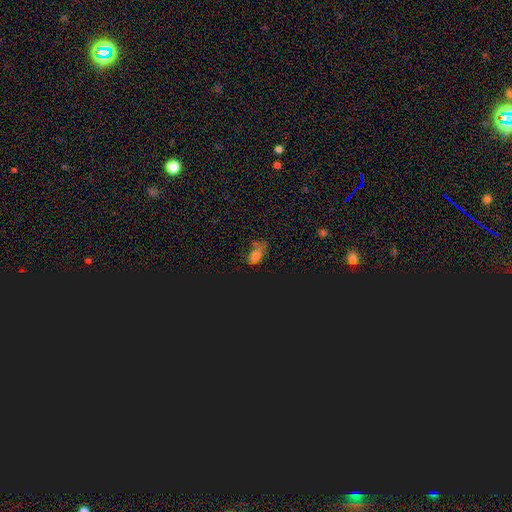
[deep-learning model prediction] This is possibly a smooth galaxy (48%). Merging: possibly none (50%).